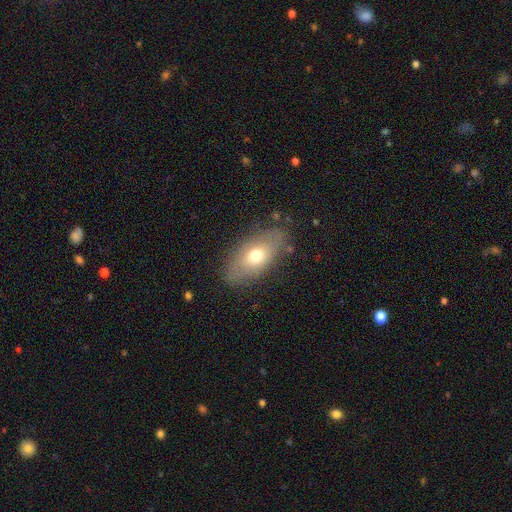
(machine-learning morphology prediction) smooth 65%, featured or disk 28%, star or artifact 8%. Down the decision tree: how rounded — in between (87%); merging — none (79%).